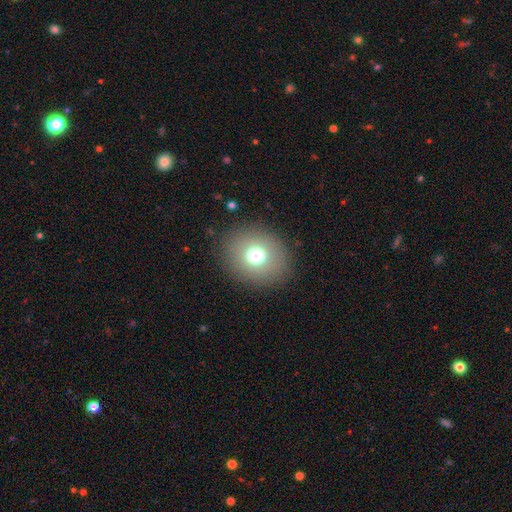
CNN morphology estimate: This is likely a smooth galaxy (73%). How rounded: likely round (70%). Merging: clearly none (89%).